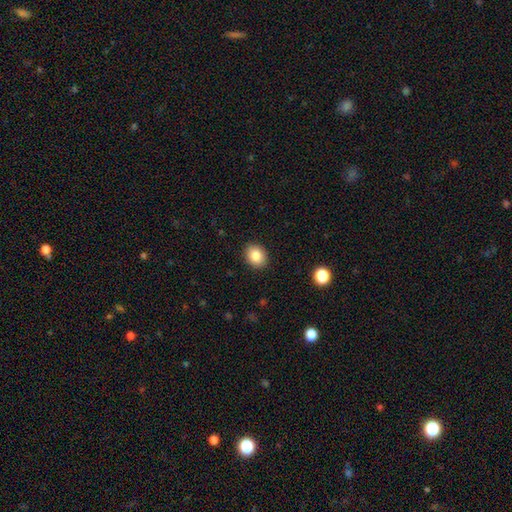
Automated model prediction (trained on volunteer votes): Q: Smooth or featured?
A: smooth (84%); runner-up: star or artifact (9%)
Q: How rounded?
A: round (54%); runner-up: in between (45%)
Q: Merging?
A: none (90%); runner-up: minor disturbance (7%)